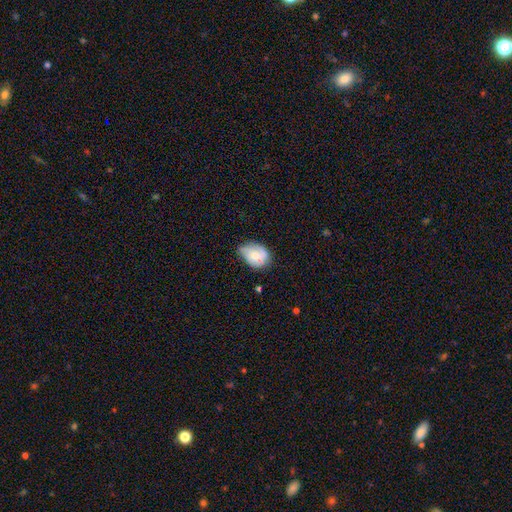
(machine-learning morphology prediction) Overall: smooth (59%; featured or disk 34%). How rounded: in between (74%). Merging: none (44%; minor disturbance 42%).